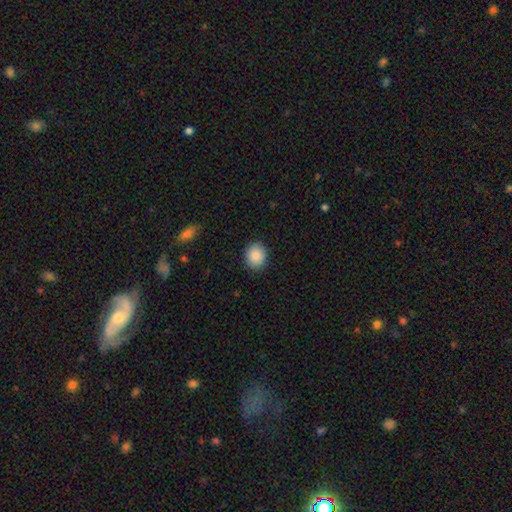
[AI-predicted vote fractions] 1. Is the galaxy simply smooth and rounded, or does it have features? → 88% smooth, 8% star or artifact, 4% featured or disk.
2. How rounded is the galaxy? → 69% round, 30% in between, 1% cigar-shaped.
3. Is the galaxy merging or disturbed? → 90% none, 7% minor disturbance, 2% major disturbance, 1% merger.